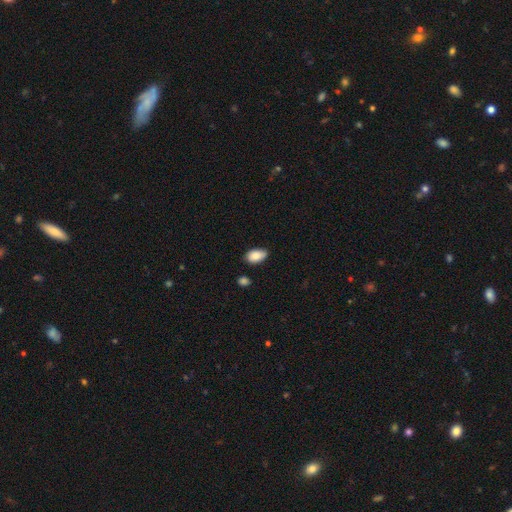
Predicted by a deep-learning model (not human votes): Morphology: type=smooth (87%); roundness=in between (93%); merging=none (71%).